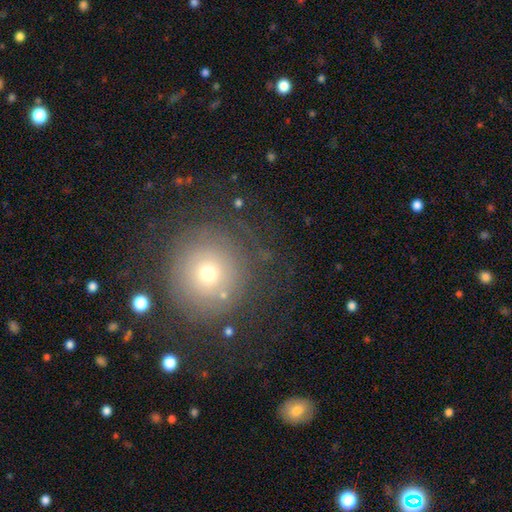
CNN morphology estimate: This is possibly a smooth galaxy (46%). Merging: clearly none (80%).